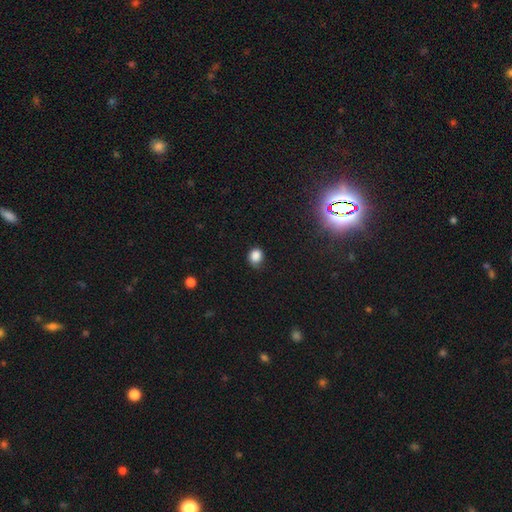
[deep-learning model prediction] A smooth galaxy with no disk features (84%) that is round (68%).

Vote fractions:
- Smooth or featured? smooth: 84% / star or artifact: 10% / featured or disk: 6%
- How rounded? round: 68% / in between: 31% / cigar-shaped: 1%
- Merging? none: 58% / minor disturbance: 30% / major disturbance: 9% / merger: 2%